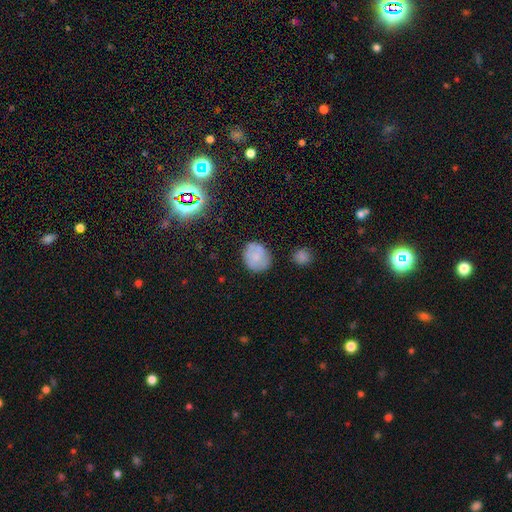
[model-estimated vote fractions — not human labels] This appears to be a smooth galaxy with no disk features (69%) that is round (76%). Merging: none (74%).